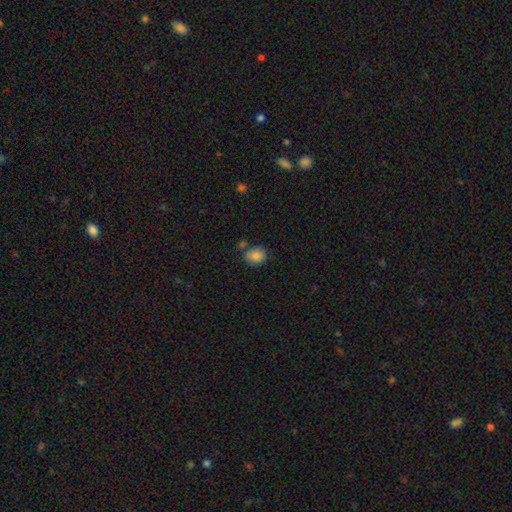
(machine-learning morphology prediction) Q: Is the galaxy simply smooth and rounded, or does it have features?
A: smooth — 84%.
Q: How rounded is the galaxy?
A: round — 58%.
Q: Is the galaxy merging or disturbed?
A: none — 68%.